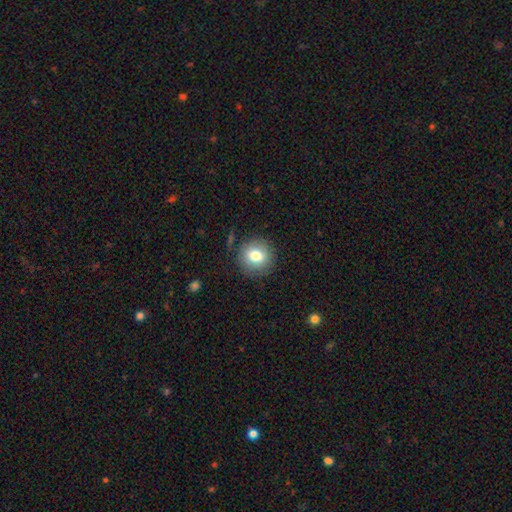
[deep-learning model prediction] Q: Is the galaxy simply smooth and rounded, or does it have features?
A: smooth — 79%.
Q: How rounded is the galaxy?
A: round — 92%.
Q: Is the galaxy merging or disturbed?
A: none — 86%.